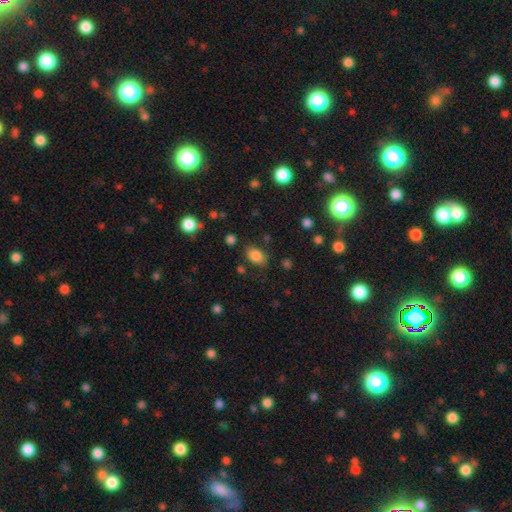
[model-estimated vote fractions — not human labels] This is clearly a smooth galaxy (83%). How rounded: likely in between (80%). Merging: likely none (77%).